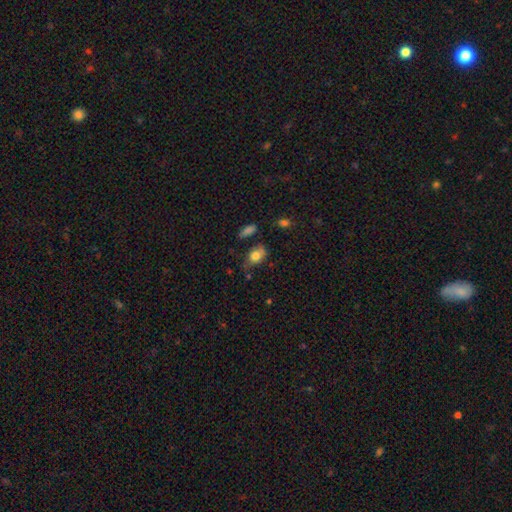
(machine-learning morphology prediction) The model was most divided on "merging": none: 54%, minor disturbance: 30%, major disturbance: 10%, merger: 6%. More confident: how rounded — in between (81%); smooth or featured — smooth (78%).